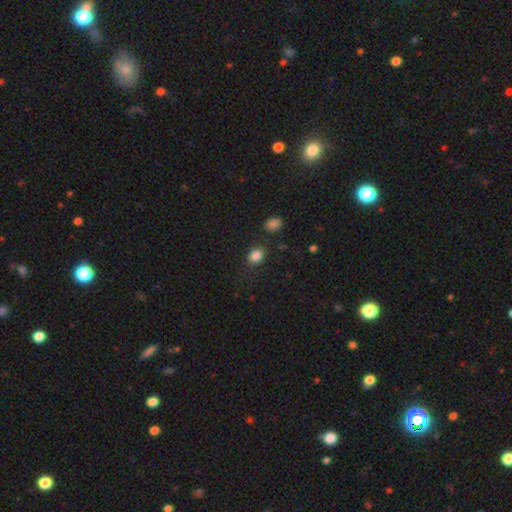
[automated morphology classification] smooth-or-featured: smooth: 85% | star or artifact: 10% | featured or disk: 5%
  how-rounded: in between: 56% | round: 42% | cigar-shaped: 1%
  merging: none: 80% | minor disturbance: 12% | major disturbance: 4% | merger: 4%